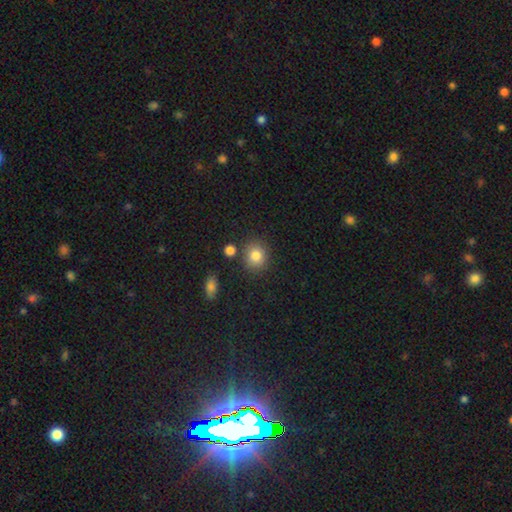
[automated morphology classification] A smooth galaxy with no disk features (83%) that is round (76%).

Vote fractions:
- Smooth or featured? smooth: 83% / star or artifact: 10% / featured or disk: 7%
- How rounded? round: 76% / in between: 23% / cigar-shaped: 1%
- Merging? none: 80% / minor disturbance: 10% / merger: 6% / major disturbance: 3%